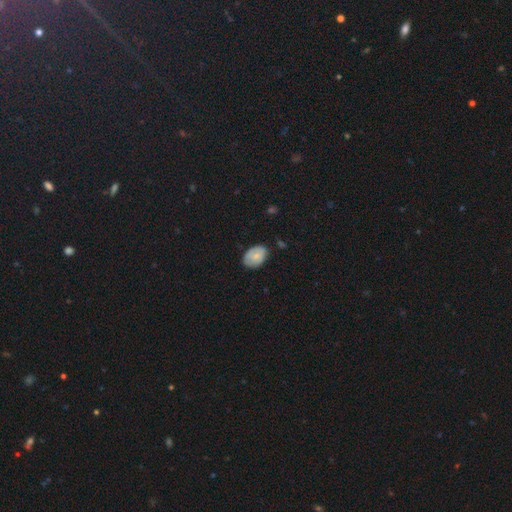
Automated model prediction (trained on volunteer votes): Overall: smooth (70%). How rounded: in between (83%). Merging: none (70%).